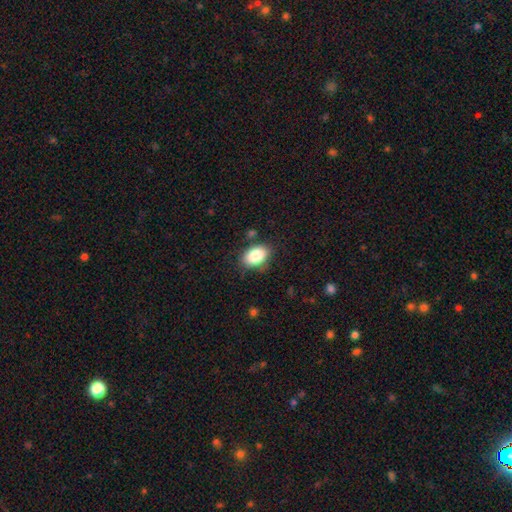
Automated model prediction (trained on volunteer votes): smooth_or_featured: smooth (p=0.86) [alt: star or artifact p=0.08]
how_rounded: in between (p=0.86) [alt: round p=0.13]
merging: none (p=0.80) [alt: minor disturbance p=0.14]